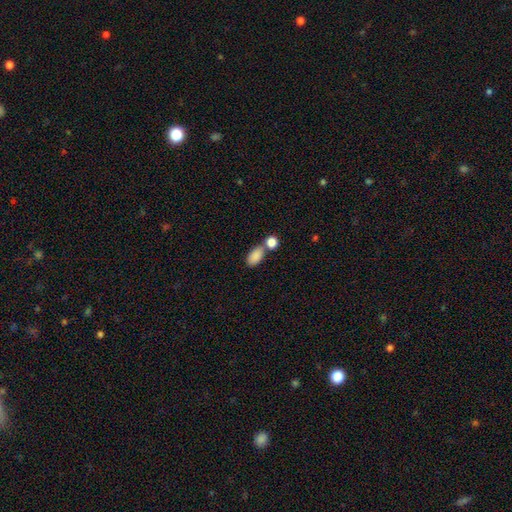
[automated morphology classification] The model was most divided on "merging": none: 51%, merger: 34%, minor disturbance: 11%, major disturbance: 4%. More confident: how rounded — in between (91%); smooth or featured — smooth (87%).